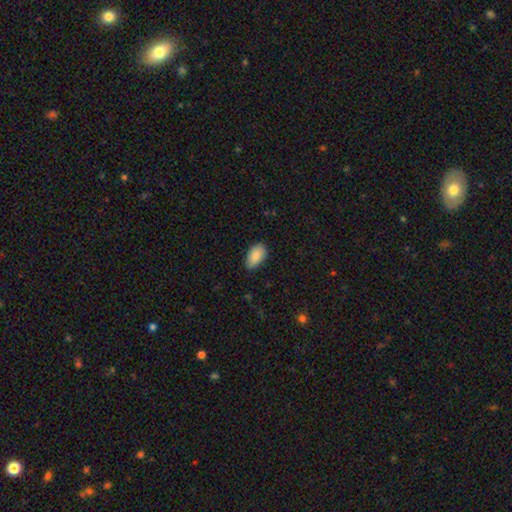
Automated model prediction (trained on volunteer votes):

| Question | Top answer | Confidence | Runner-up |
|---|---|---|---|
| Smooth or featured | smooth | 87% | featured or disk (7%) |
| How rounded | in between | 94% | round (4%) |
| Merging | none | 82% | minor disturbance (15%) |